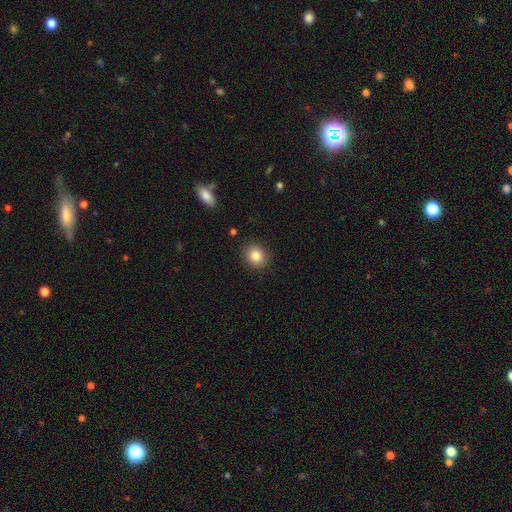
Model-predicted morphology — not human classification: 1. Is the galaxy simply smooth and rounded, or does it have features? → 84% smooth, 10% star or artifact, 6% featured or disk.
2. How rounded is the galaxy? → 75% round, 25% in between, 1% cigar-shaped.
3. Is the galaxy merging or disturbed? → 89% none, 7% minor disturbance, 2% major disturbance, 1% merger.